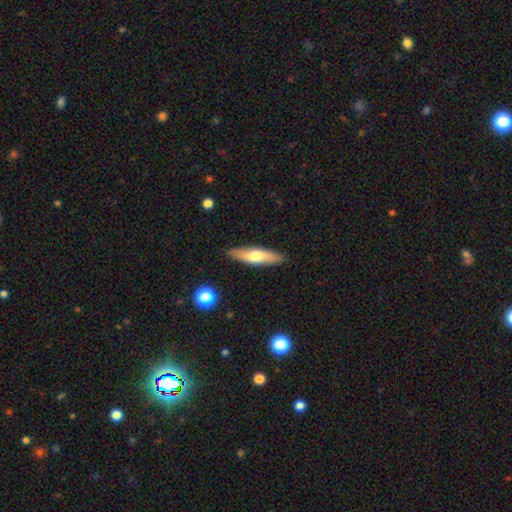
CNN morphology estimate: smooth-or-featured: smooth: 60% | featured or disk: 34% | star or artifact: 6%
  how-rounded: cigar-shaped: 70% | in between: 28% | round: 2%
  merging: none: 89% | minor disturbance: 8% | major disturbance: 2% | merger: 1%